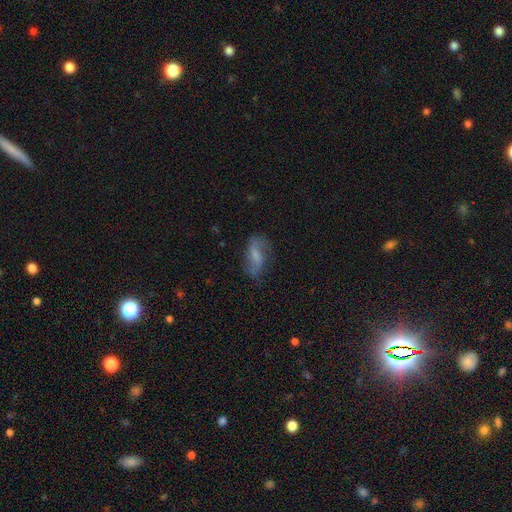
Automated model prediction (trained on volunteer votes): Morphology: type=featured or disk (52%); edge-on=no (92%); merging=none (68%).